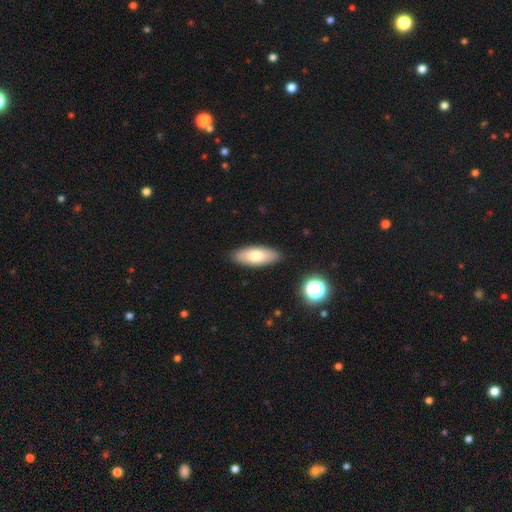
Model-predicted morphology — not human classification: Smooth or featured? smooth (74%)
How rounded? in between (73%)
Merging? none (88%)